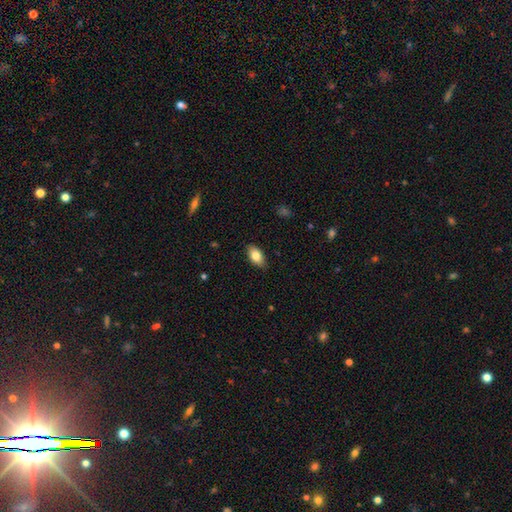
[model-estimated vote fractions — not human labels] The model was most divided on "smooth or featured": smooth: 83%, featured or disk: 10%, star or artifact: 7%. More confident: how rounded — in between (92%); merging — none (87%).